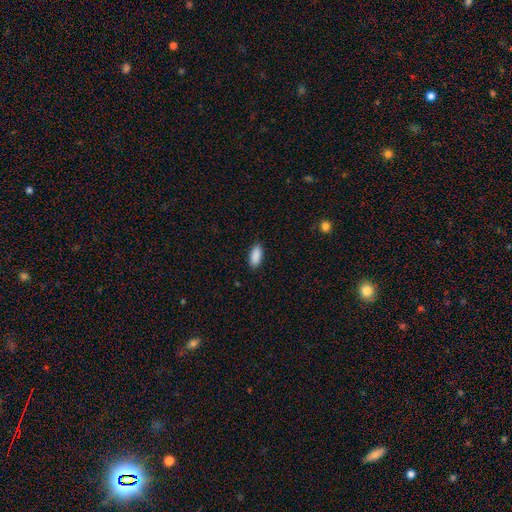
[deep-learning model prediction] This appears to be a smooth galaxy with no disk features (90%) that is in between round and cigar-shaped (88%). Merging: none (89%).